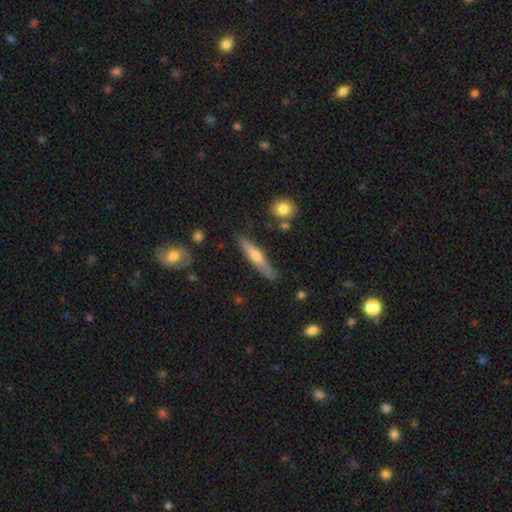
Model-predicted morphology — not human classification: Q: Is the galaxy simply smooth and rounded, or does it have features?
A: smooth — 48%.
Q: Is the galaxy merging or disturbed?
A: none — 81%.